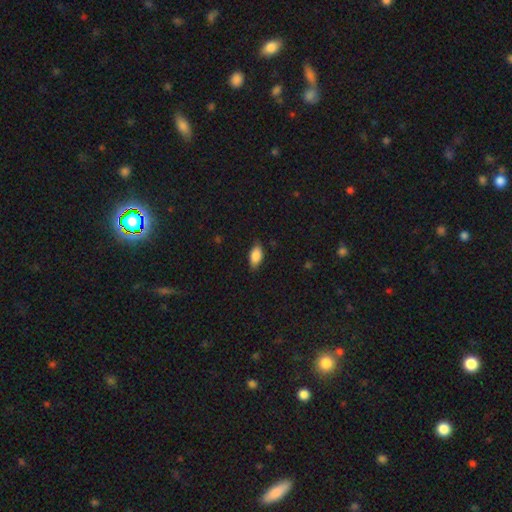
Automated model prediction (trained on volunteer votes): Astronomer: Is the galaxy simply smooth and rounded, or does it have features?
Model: smooth — 86%.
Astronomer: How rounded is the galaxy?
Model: in between — 90%.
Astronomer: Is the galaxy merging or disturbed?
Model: none — 81%.